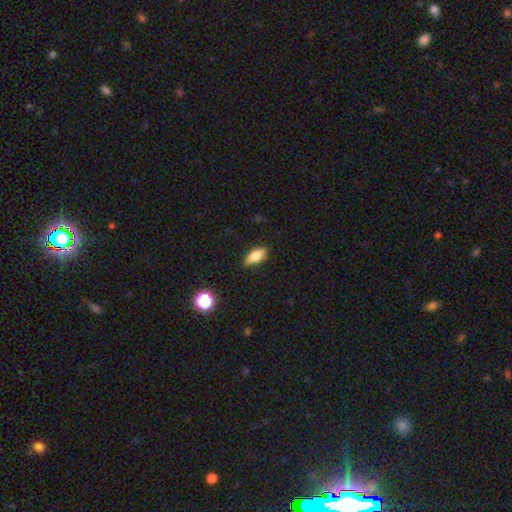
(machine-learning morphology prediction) Smooth or featured: smooth — 74% (featured or disk — 17%)
How rounded: in between — 79% (cigar-shaped — 17%)
Merging: none — 86% (minor disturbance — 11%)